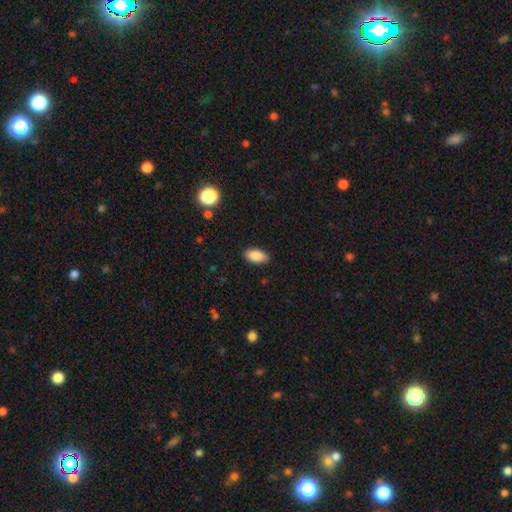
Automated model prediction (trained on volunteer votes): This appears to be a smooth galaxy with no disk features (88%) that is in between round and cigar-shaped (94%). Merging: none (89%).